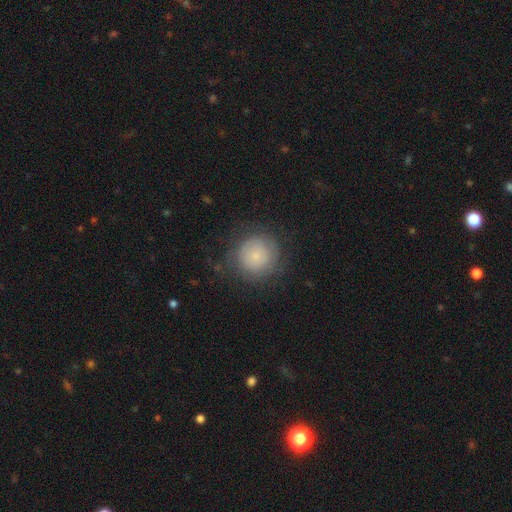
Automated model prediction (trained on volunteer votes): Smooth or featured?
  - smooth: 71% *
  - featured or disk: 20%
  - star or artifact: 9%
How rounded?
  - round: 93% *
  - in between: 6%
  - cigar-shaped: 1%
Merging?
  - none: 74% *
  - minor disturbance: 16%
  - major disturbance: 8%
  - merger: 1%